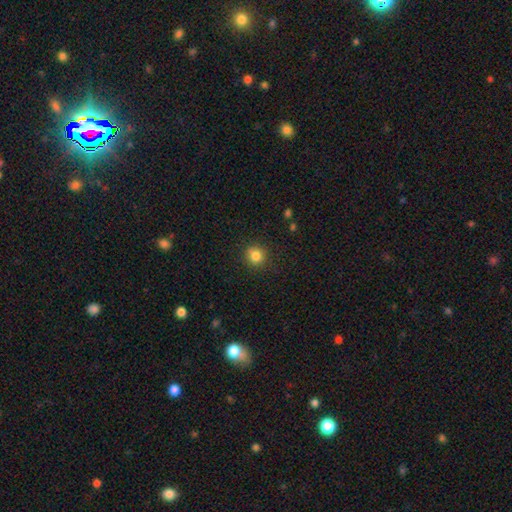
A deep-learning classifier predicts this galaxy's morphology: Smooth or featured?
  - smooth: 83% *
  - star or artifact: 12%
  - featured or disk: 5%
How rounded?
  - round: 90% *
  - in between: 10%
  - cigar-shaped: 1%
Merging?
  - none: 86% *
  - minor disturbance: 10%
  - major disturbance: 3%
  - merger: 2%